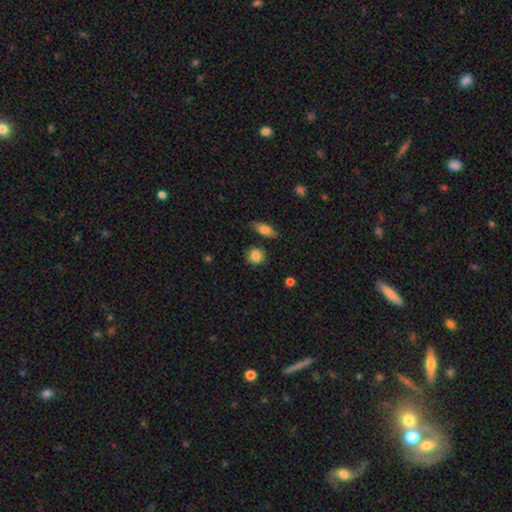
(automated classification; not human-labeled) Q: Smooth or featured?
A: smooth (85%); runner-up: star or artifact (9%)
Q: How rounded?
A: round (80%); runner-up: in between (18%)
Q: Merging?
A: none (83%); runner-up: minor disturbance (11%)